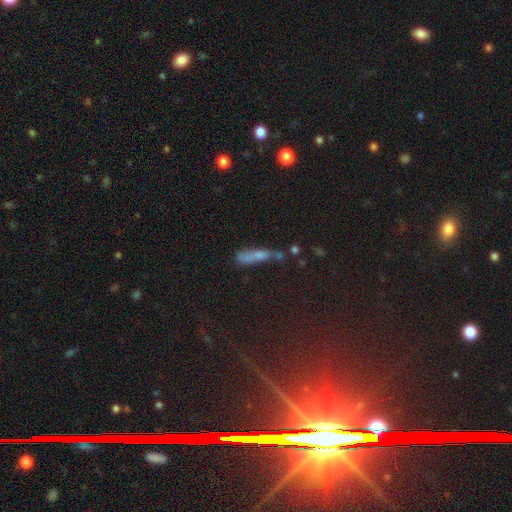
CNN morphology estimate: This appears to be a smooth galaxy with no disk features (60%) that is cigar-shaped (67%). Merging: none (39%).